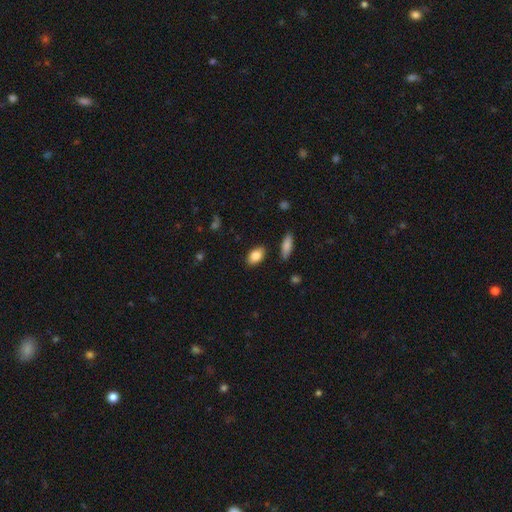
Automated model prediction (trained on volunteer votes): Overall: smooth (84%). How rounded: in between (90%). Merging: none (85%).